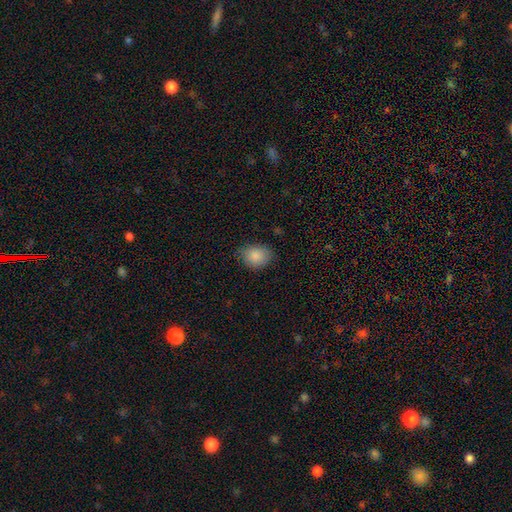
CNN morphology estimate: smooth 86%, star or artifact 8%, featured or disk 6%. Down the decision tree: how rounded — round (51%); merging — none (75%).